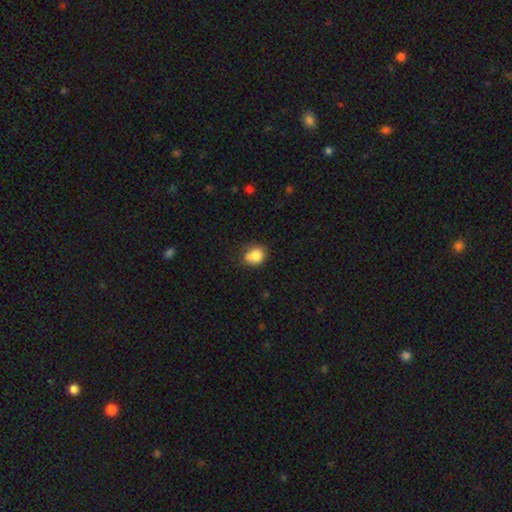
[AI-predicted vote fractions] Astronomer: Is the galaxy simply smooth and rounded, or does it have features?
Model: smooth — 83%.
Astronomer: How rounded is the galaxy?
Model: round — 58% (runner-up: in between, 41%).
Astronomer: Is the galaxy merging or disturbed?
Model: none — 61%.